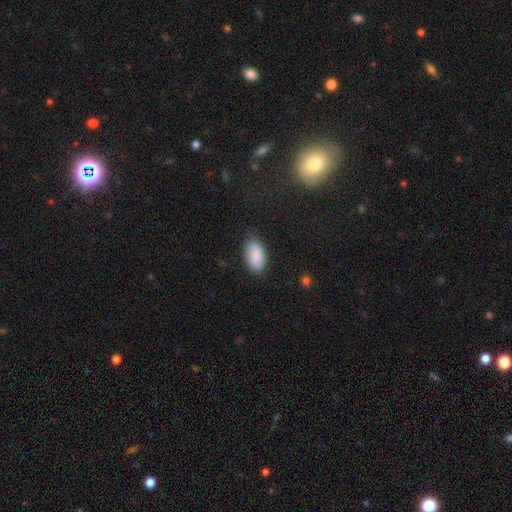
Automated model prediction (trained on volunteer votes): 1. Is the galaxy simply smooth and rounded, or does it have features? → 86% smooth, 7% featured or disk, 6% star or artifact.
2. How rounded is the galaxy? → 94% in between, 4% round, 2% cigar-shaped.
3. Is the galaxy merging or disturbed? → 76% none, 19% minor disturbance, 4% major disturbance, 1% merger.